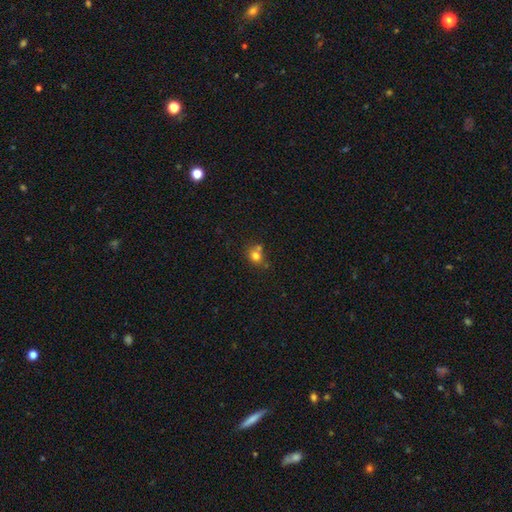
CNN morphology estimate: smooth 76%, star or artifact 14%, featured or disk 11%. Down the decision tree: how rounded — round (73%); merging — none (51%).